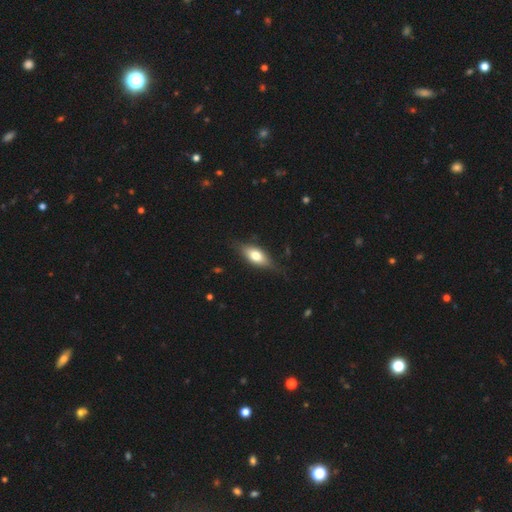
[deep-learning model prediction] smooth 61%, featured or disk 33%, star or artifact 7%. Down the decision tree: how rounded — in between (76%); merging — none (75%).